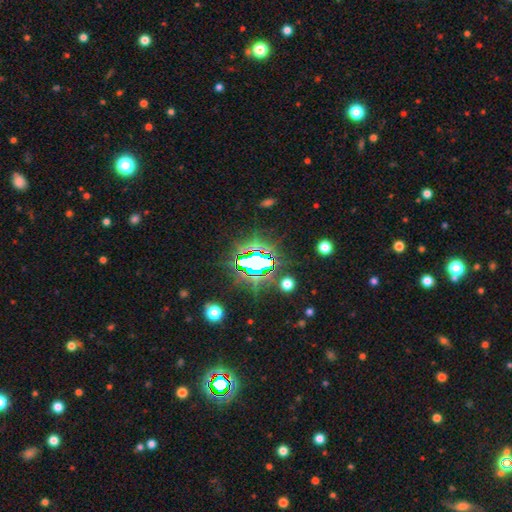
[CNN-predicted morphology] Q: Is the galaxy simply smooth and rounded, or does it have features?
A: star or artifact — 81%.